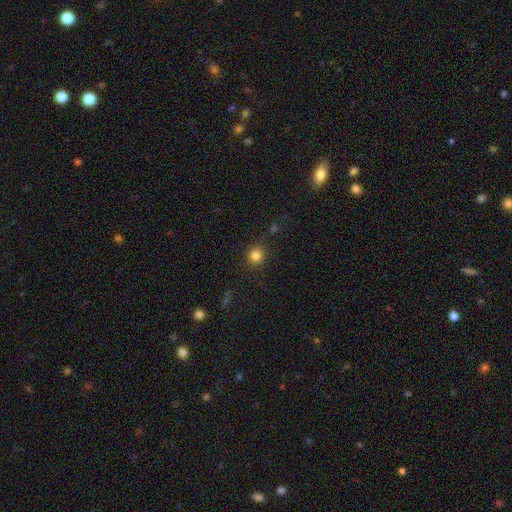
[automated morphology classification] Smooth or featured?
  - smooth: 83% *
  - star or artifact: 12%
  - featured or disk: 5%
How rounded?
  - round: 91% *
  - in between: 8%
  - cigar-shaped: 1%
Merging?
  - none: 88% *
  - minor disturbance: 8%
  - major disturbance: 3%
  - merger: 2%